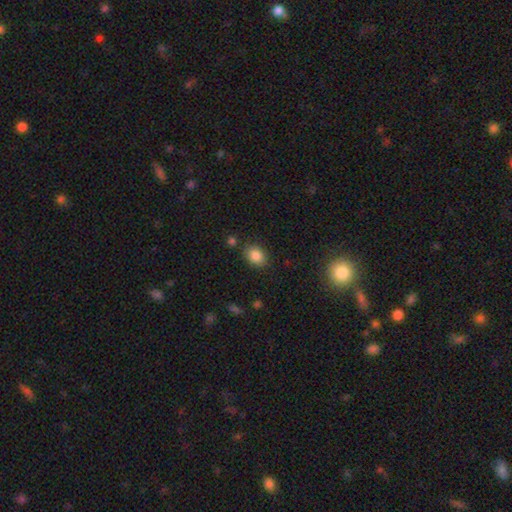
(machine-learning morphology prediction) Overall: smooth (85%). How rounded: in between (60%; round 39%). Merging: none (81%).